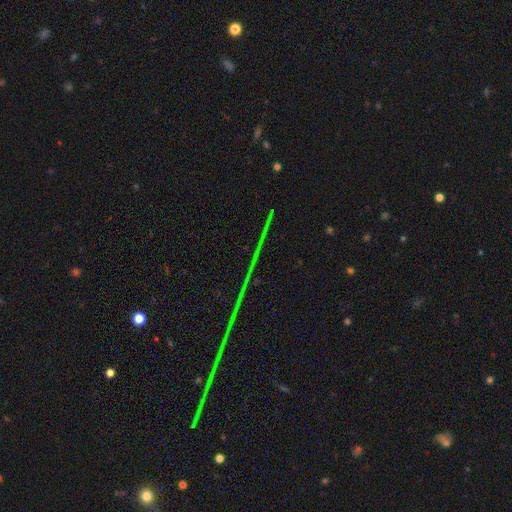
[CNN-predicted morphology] star or artifact 84%, featured or disk 8%, smooth 7%.